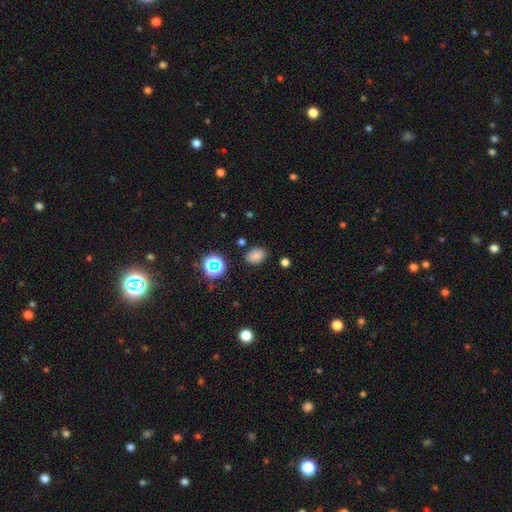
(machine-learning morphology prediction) Smooth or featured? Predicted: smooth (p=0.79). How rounded? Predicted: in between (p=0.72). Merging? Predicted: none (p=0.82).